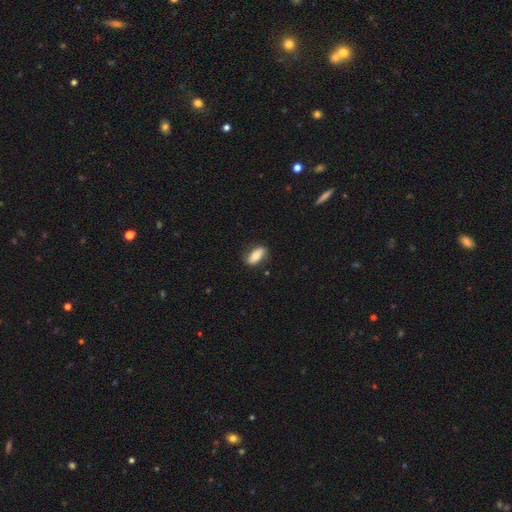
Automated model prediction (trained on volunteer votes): smooth 69%, featured or disk 24%, star or artifact 7%. Down the decision tree: how rounded — in between (84%); merging — none (80%).